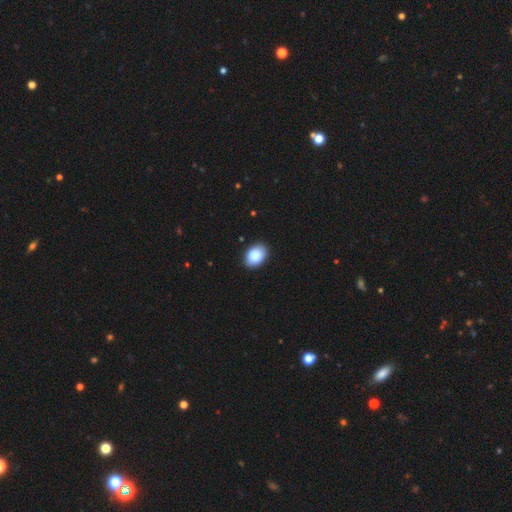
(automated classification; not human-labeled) A smooth galaxy with no disk features (90%) that is in between round and cigar-shaped (79%).

Vote fractions:
- Smooth or featured? smooth: 90% / star or artifact: 7% / featured or disk: 4%
- How rounded? in between: 79% / round: 20% / cigar-shaped: 1%
- Merging? none: 88% / minor disturbance: 9% / major disturbance: 2% / merger: 1%